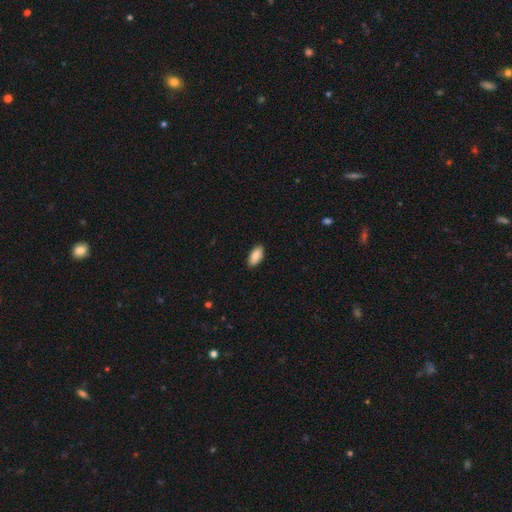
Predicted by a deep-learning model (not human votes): smooth 89%, star or artifact 6%, featured or disk 5%. Down the decision tree: how rounded — in between (93%); merging — none (89%).